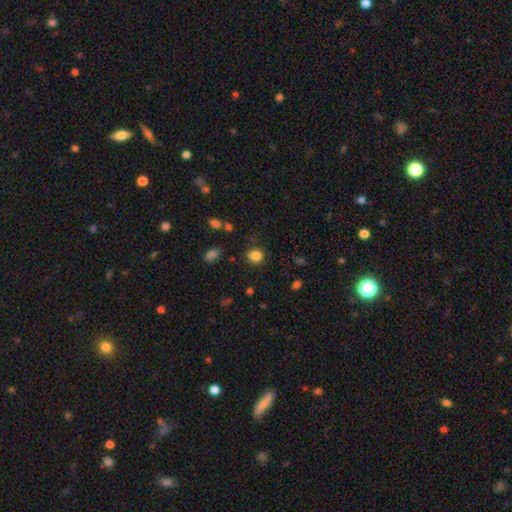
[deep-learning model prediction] This is clearly a smooth galaxy (83%). How rounded: clearly round (80%). Merging: likely none (72%).